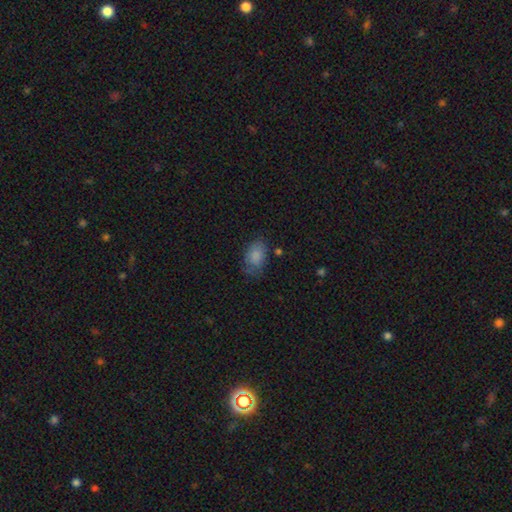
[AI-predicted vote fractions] A smooth galaxy with no disk features (82%) that is in between round and cigar-shaped (88%). Merging: none (57%).